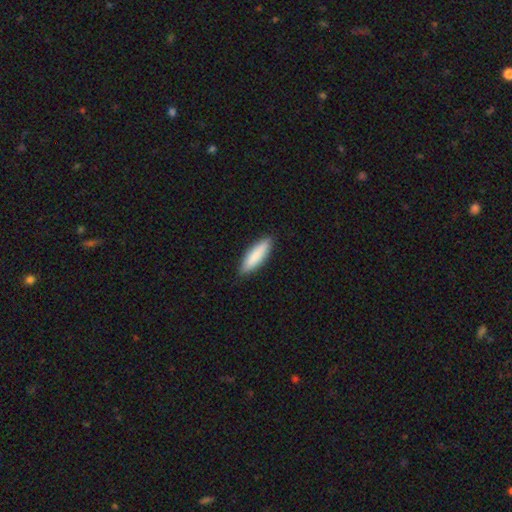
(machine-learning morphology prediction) Q: Smooth or featured?
A: smooth (84%); runner-up: featured or disk (10%)
Q: How rounded?
A: cigar-shaped (66%); runner-up: in between (32%)
Q: Merging?
A: none (87%); runner-up: minor disturbance (10%)